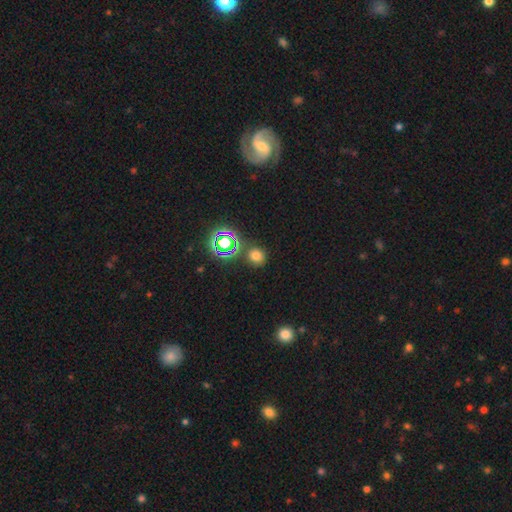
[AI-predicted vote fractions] Smooth or featured?
  - smooth: 68% *
  - star or artifact: 26%
  - featured or disk: 6%
How rounded?
  - round: 83% *
  - in between: 15%
  - cigar-shaped: 1%
Merging?
  - none: 81% *
  - minor disturbance: 9%
  - merger: 7%
  - major disturbance: 3%